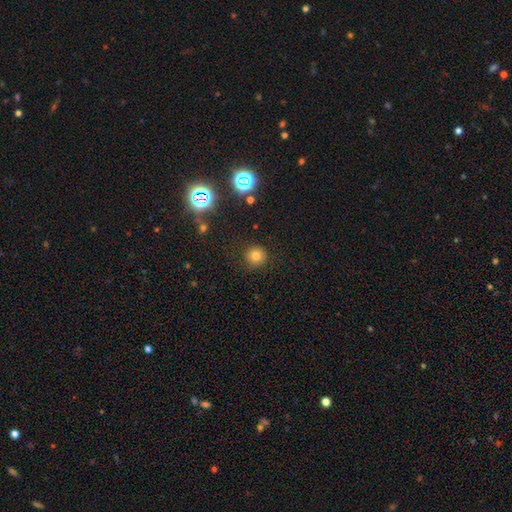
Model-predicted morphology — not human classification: This is likely a smooth galaxy (74%). How rounded: clearly round (94%). Merging: clearly none (88%).